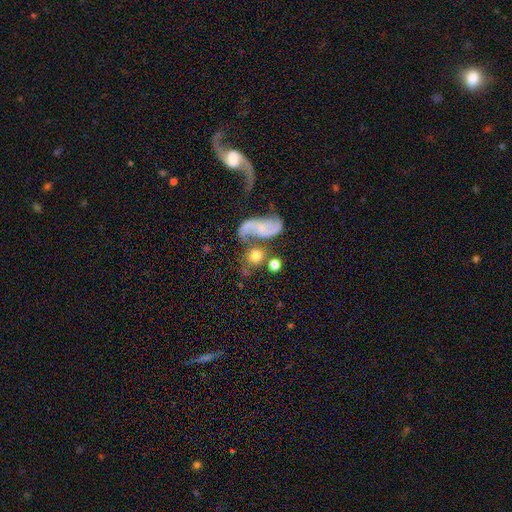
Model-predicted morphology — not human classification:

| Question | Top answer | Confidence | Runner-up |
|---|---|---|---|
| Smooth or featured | smooth | 61% | featured or disk (29%) |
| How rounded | round | 75% | in between (22%) |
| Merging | none | 47% | merger (32%) |